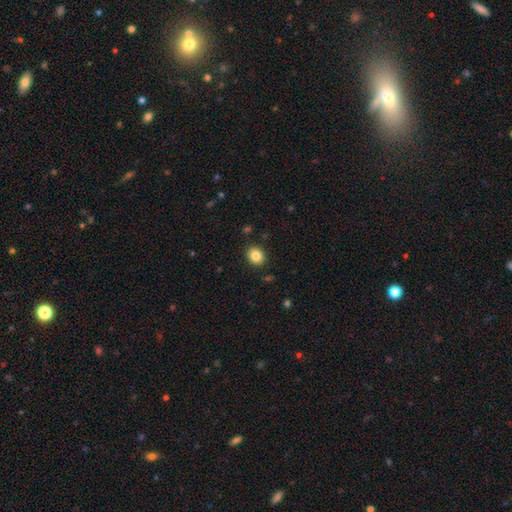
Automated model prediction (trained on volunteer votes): Smooth or featured? smooth (85%)
How rounded? round (63%)
Merging? none (90%)